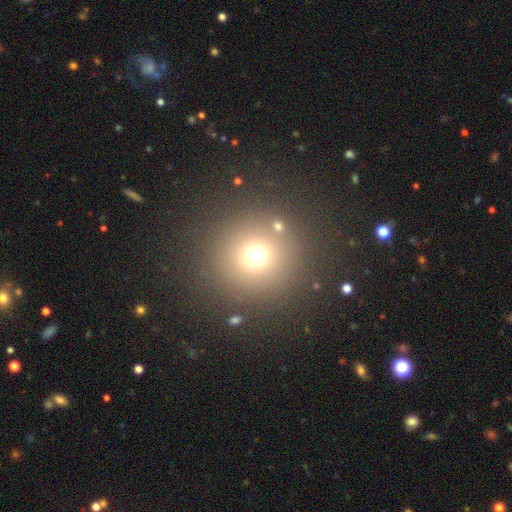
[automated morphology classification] A smooth galaxy with no disk features (67%) that is round (95%). Merging: none (83%).